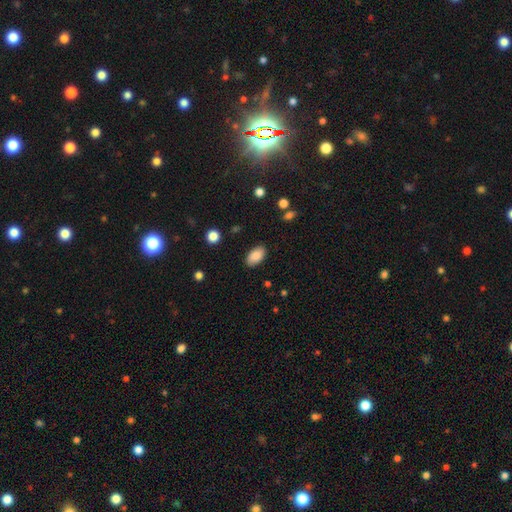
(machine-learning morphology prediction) type=smooth (87%); roundness=in between (94%); merging=none (87%).